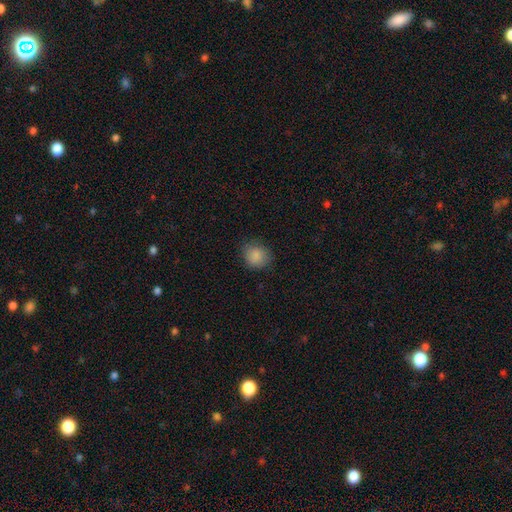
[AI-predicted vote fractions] This is clearly a smooth galaxy (86%). How rounded: likely round (74%). Merging: clearly none (80%).